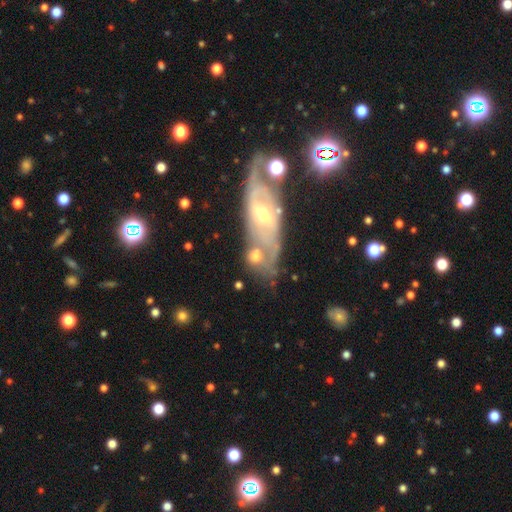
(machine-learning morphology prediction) smooth_or_featured: featured or disk (p=0.48) [alt: smooth p=0.43]
merging: merger (p=0.38) [alt: none p=0.35]